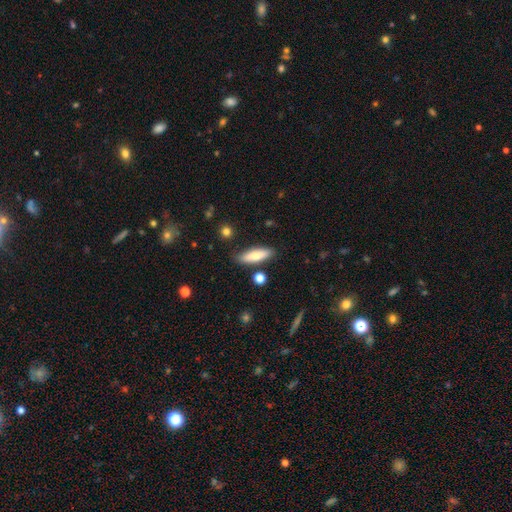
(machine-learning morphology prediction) Smooth or featured? smooth (72%)
How rounded? cigar-shaped (52%)
Merging? none (82%)